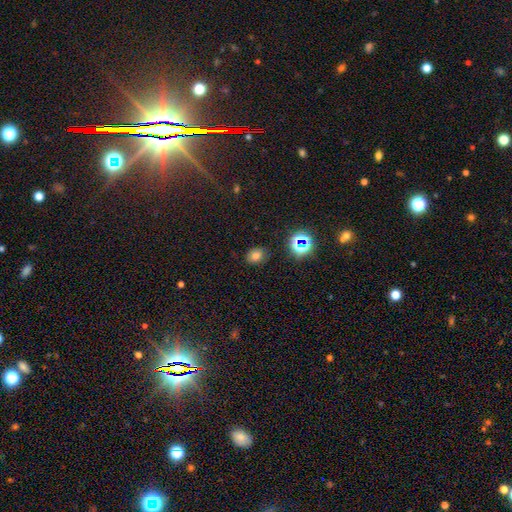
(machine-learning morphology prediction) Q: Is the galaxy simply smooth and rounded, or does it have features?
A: smooth — 71%.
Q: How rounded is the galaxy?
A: in between — 54%.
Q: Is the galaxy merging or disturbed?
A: none — 81%.